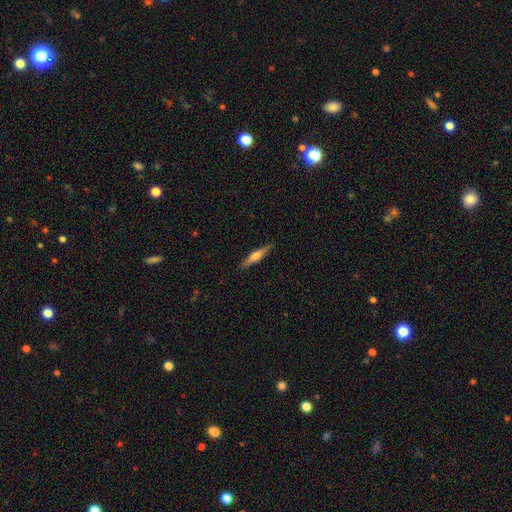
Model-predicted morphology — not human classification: A featured or disk galaxy (54%) viewed edge-on (97%) with a rounded central bulge (78%). Merging: none (90%).